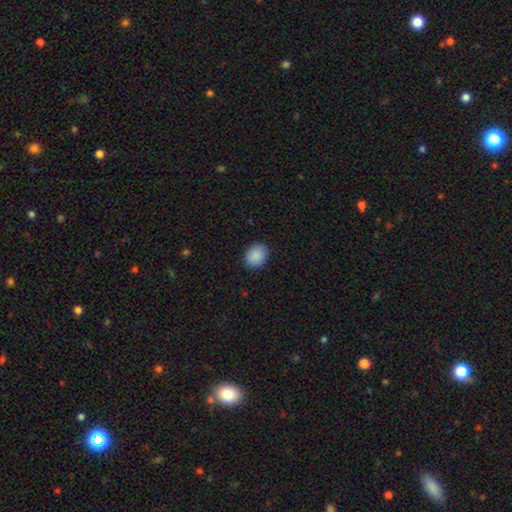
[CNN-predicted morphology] smooth_or_featured: smooth (p=0.90) [alt: star or artifact p=0.08]
how_rounded: round (p=0.57) [alt: in between p=0.42]
merging: none (p=0.89) [alt: minor disturbance p=0.08]